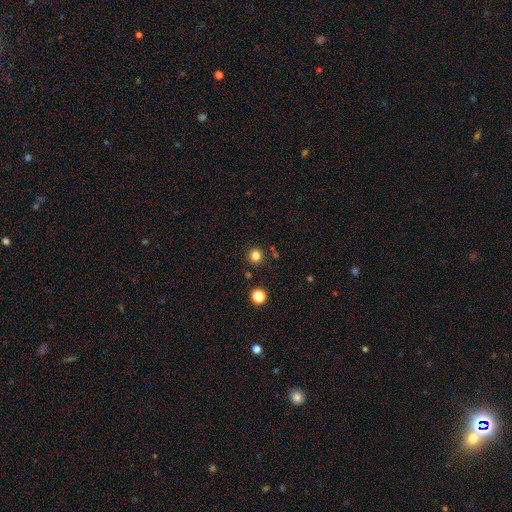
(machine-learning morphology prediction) Smooth or featured: smooth — 81% (star or artifact — 13%)
How rounded: round — 92% (in between — 7%)
Merging: none — 87% (minor disturbance — 7%)